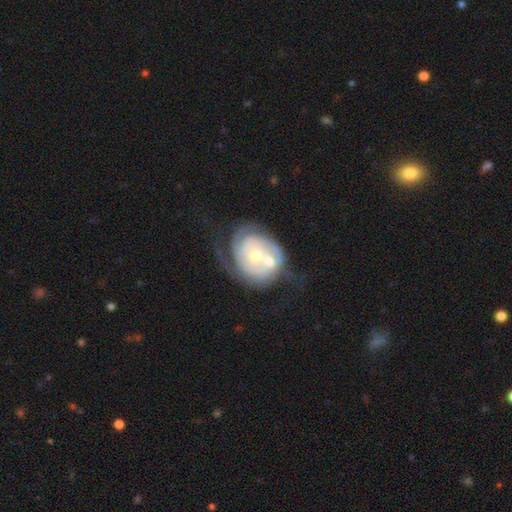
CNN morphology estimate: Smooth or featured? featured or disk (78%)
Edge-on disk? no (97%)
Bar? no (76%)
Spiral arms? yes (82%)
Spiral winding? tight (55%)
Spiral arm count? 2 (45%)
Bulge size? moderate (50%)
Merging? merger (51%)